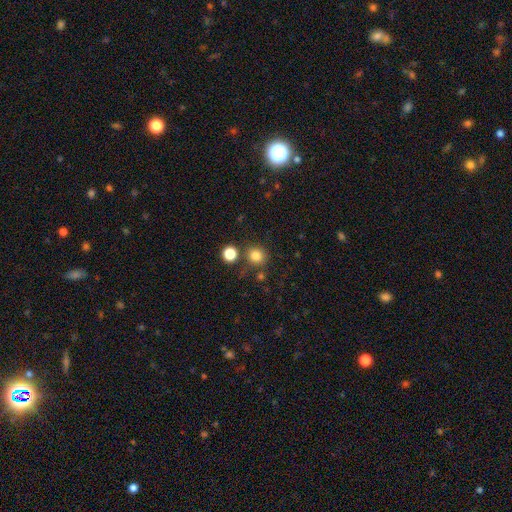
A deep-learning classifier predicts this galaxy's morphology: smooth-or-featured: smooth: 82% | star or artifact: 13% | featured or disk: 5%
  how-rounded: round: 87% | in between: 12% | cigar-shaped: 1%
  merging: none: 77% | merger: 10% | minor disturbance: 9% | major disturbance: 4%